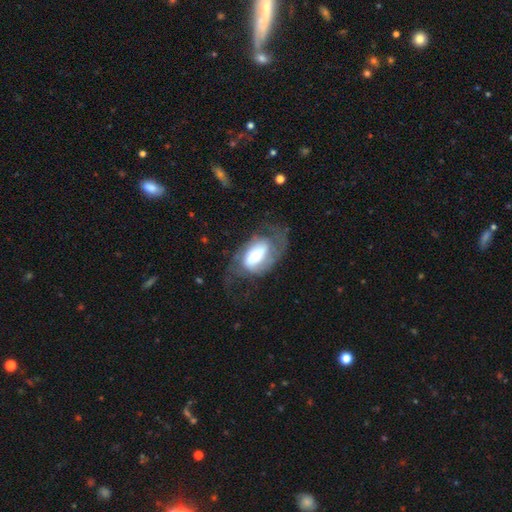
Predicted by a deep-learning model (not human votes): Overall: featured or disk (61%; smooth 33%). Edge-on disk: no (94%). Bar: no (54%; weak 29%). Spiral arms: yes (74%). Bulge size: moderate (36%; small 33%). Merging: none (45%; major disturbance 32%).